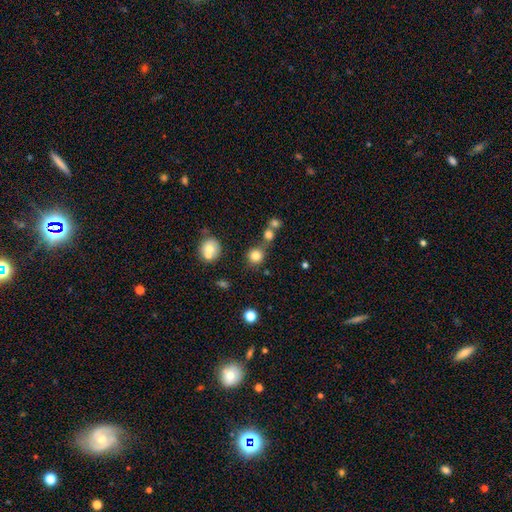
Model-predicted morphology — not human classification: Smooth or featured?
  - smooth: 79% *
  - star or artifact: 13%
  - featured or disk: 7%
How rounded?
  - round: 89% *
  - in between: 10%
  - cigar-shaped: 1%
Merging?
  - none: 66% *
  - merger: 20%
  - minor disturbance: 10%
  - major disturbance: 5%